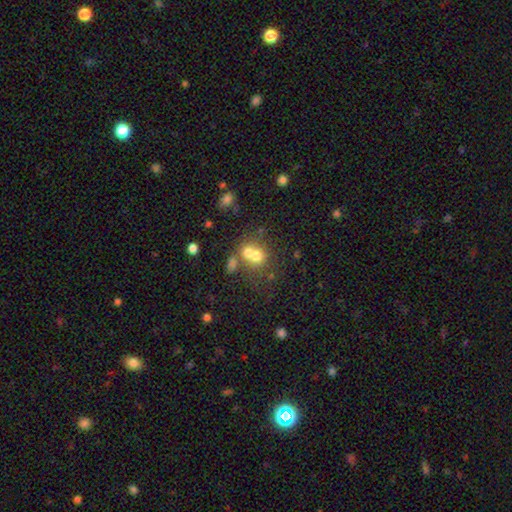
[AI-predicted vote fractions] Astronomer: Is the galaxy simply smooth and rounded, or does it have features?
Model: smooth — 65%.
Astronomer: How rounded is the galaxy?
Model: round — 72%.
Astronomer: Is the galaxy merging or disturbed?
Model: merger — 57%.